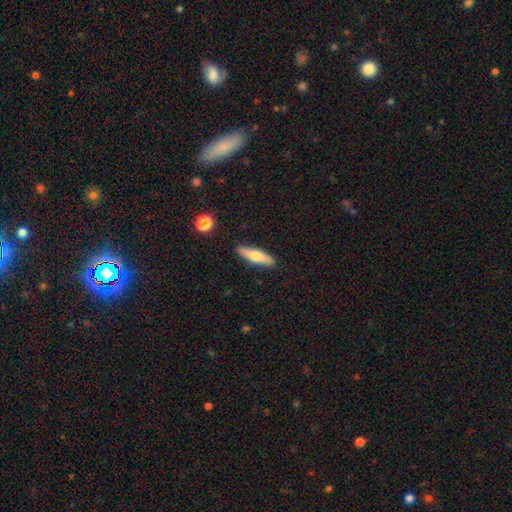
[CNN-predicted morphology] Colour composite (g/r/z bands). It shows a smooth galaxy with no disk features (58%) that is cigar-shaped (74%). Merging: none (88%).